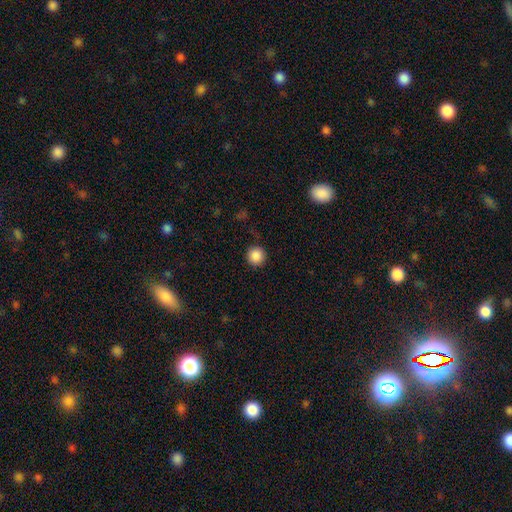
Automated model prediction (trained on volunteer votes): Smooth or featured: smooth — 87% (star or artifact — 10%)
How rounded: round — 95% (in between — 4%)
Merging: none — 90% (minor disturbance — 7%)